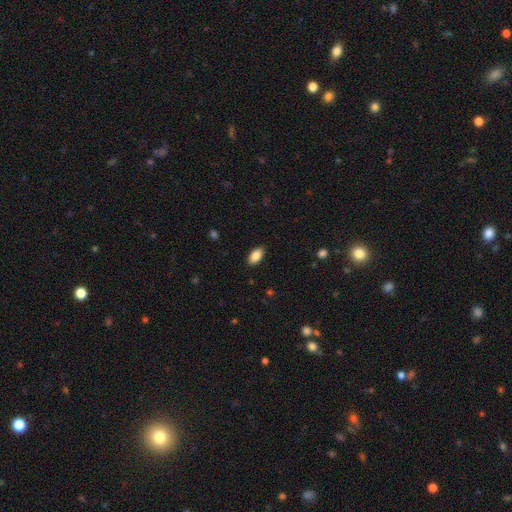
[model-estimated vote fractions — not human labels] A smooth galaxy with no disk features (87%) that is in between round and cigar-shaped (94%). Merging: none (88%).